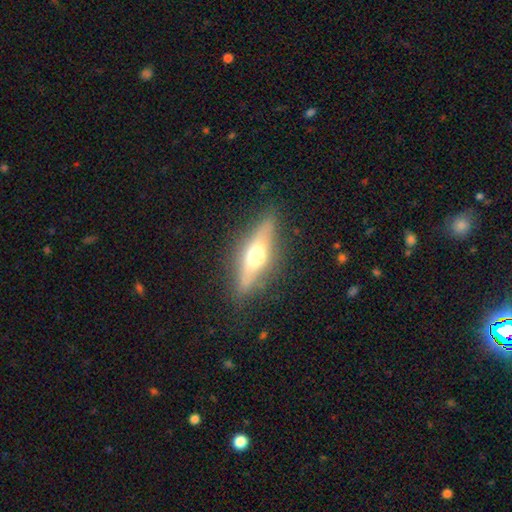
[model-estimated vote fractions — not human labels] featured or disk 52%, smooth 40%, star or artifact 9%. Down the decision tree: edge-on disk — yes (84%); merging — none (83%).